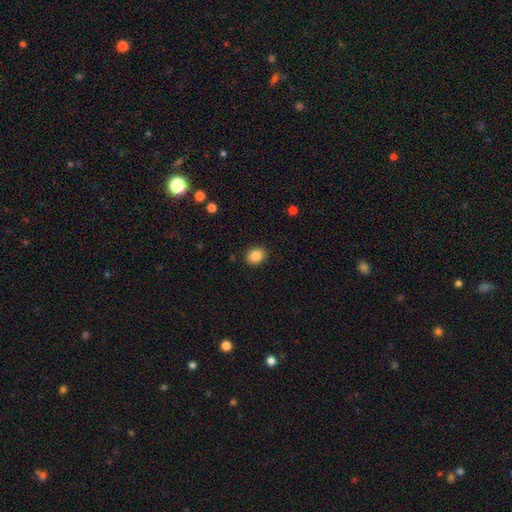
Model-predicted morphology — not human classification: smooth 87%, star or artifact 9%, featured or disk 4%. Down the decision tree: how rounded — in between (50%); merging — none (89%).